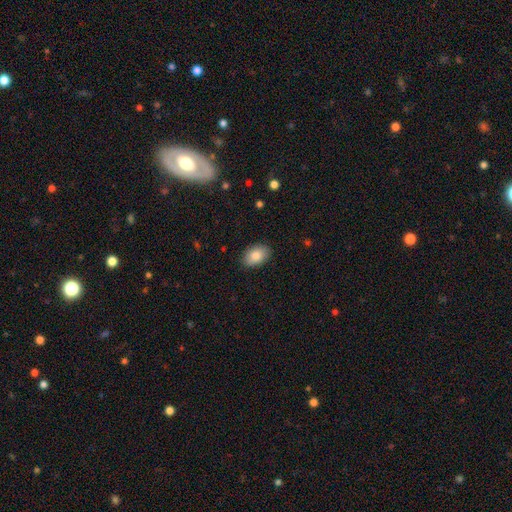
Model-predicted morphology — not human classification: This appears to be a smooth galaxy with no disk features (85%) that is in between round and cigar-shaped (89%). Merging: none (87%).